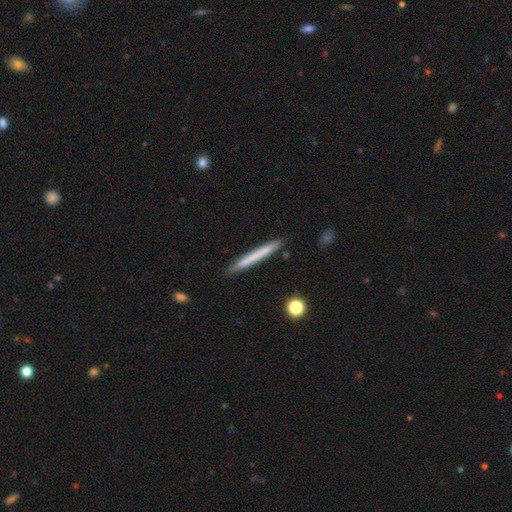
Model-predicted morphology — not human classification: This is likely a smooth galaxy (63%). How rounded: clearly cigar-shaped (97%). Merging: clearly none (90%).